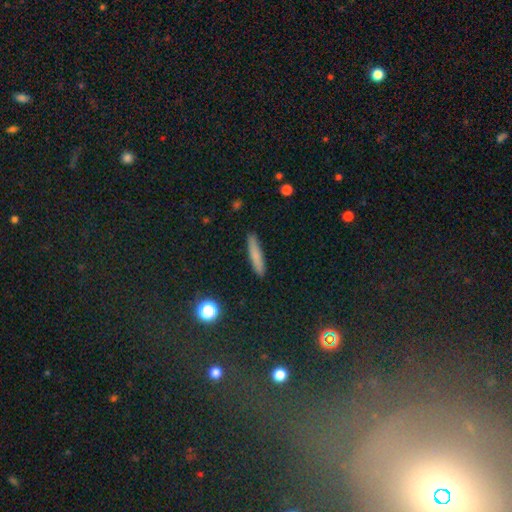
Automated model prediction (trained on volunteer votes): A smooth galaxy with no disk features (77%) that is cigar-shaped (91%). Merging: none (90%).